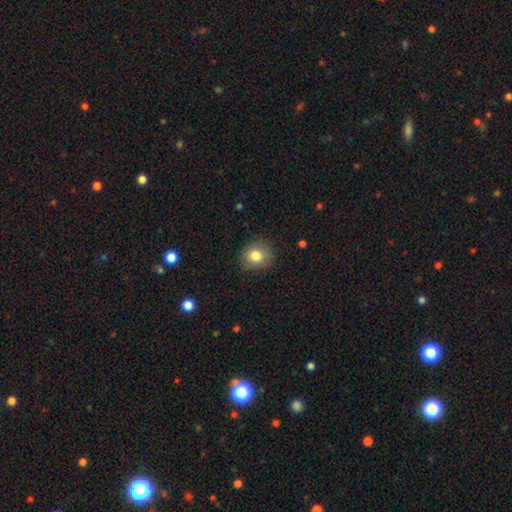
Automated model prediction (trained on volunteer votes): Smooth or featured?
  - smooth: 82% *
  - star or artifact: 10%
  - featured or disk: 9%
How rounded?
  - round: 82% *
  - in between: 17%
  - cigar-shaped: 1%
Merging?
  - none: 85% *
  - minor disturbance: 11%
  - major disturbance: 3%
  - merger: 1%